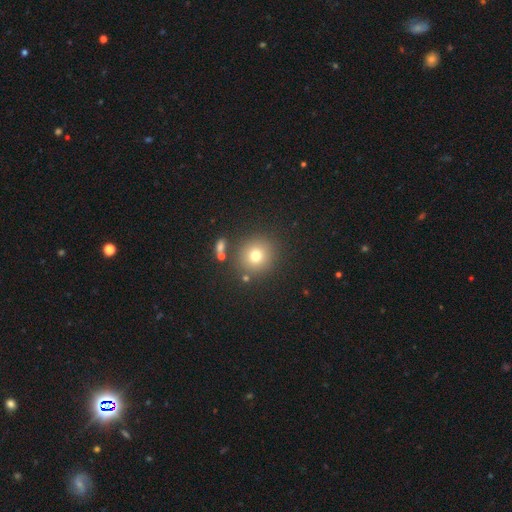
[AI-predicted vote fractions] This appears to be a smooth galaxy with no disk features (75%) that is round (89%). Merging: none (83%).